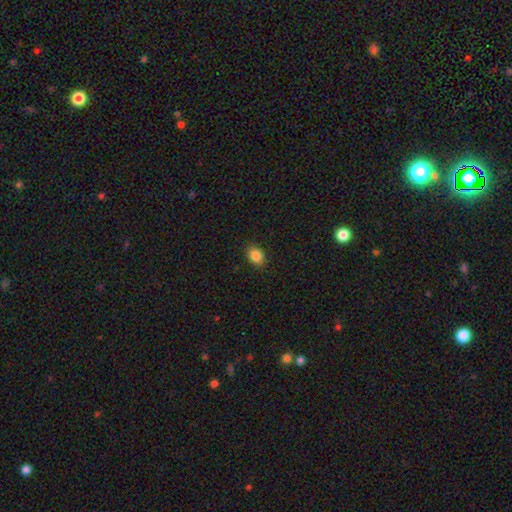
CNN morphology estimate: smooth-or-featured: smooth: 86% | star or artifact: 10% | featured or disk: 4%
  how-rounded: in between: 60% | round: 38% | cigar-shaped: 1%
  merging: none: 88% | minor disturbance: 9% | major disturbance: 2% | merger: 1%